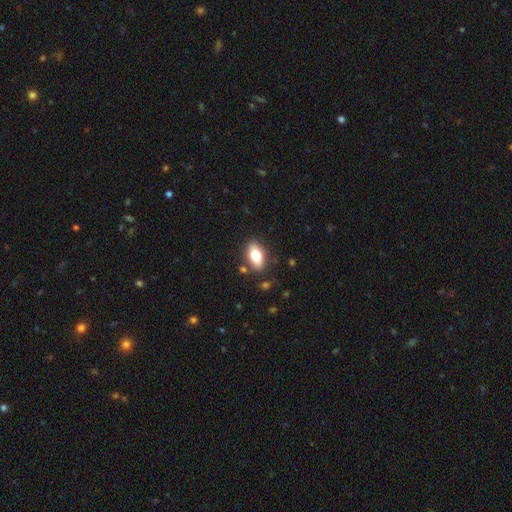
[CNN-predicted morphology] Smooth or featured: smooth — 75% (featured or disk — 18%)
How rounded: in between — 88% (cigar-shaped — 7%)
Merging: none — 83% (minor disturbance — 11%)